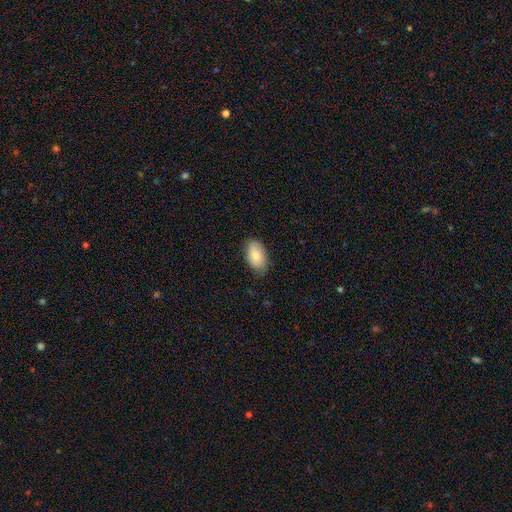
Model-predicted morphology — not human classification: A smooth galaxy with no disk features (79%) that is in between round and cigar-shaped (93%). Merging: none (78%).